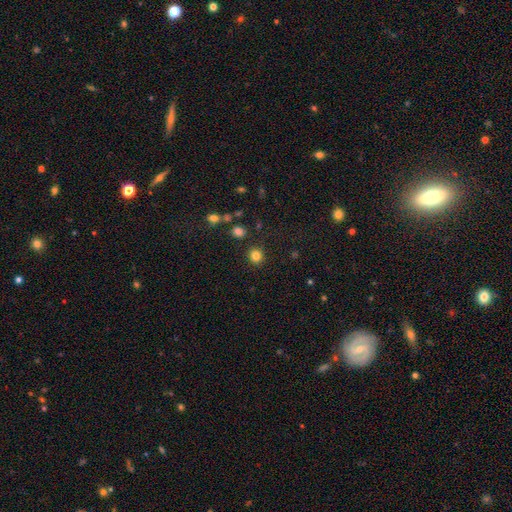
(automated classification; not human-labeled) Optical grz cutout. It shows a smooth galaxy with no disk features (82%) that is round (87%). Merging: none (87%).